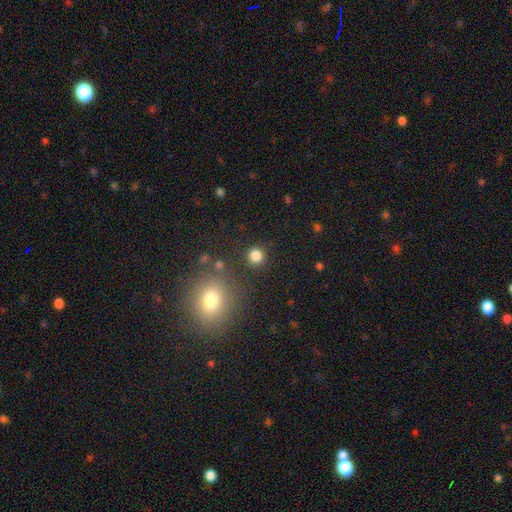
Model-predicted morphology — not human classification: Overall: smooth (83%). How rounded: round (92%). Merging: none (88%).